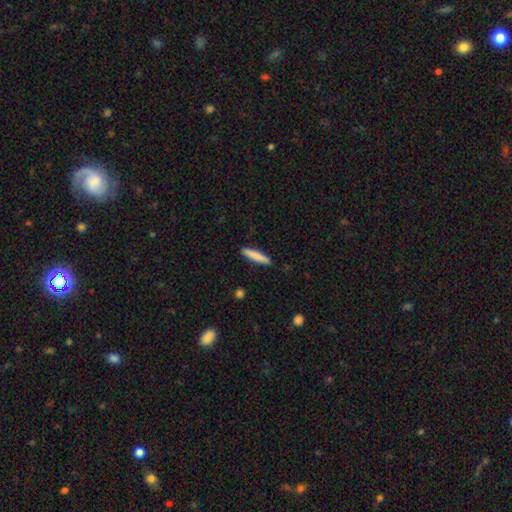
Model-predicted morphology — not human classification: Smooth or featured? Predicted: smooth (p=0.83). How rounded? Predicted: cigar-shaped (p=0.90). Merging? Predicted: none (p=0.89).